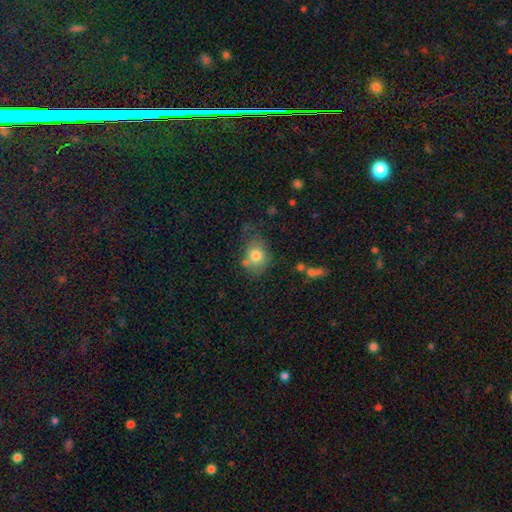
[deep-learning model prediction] This is likely a smooth galaxy (77%). How rounded: possibly round (53%). Merging: possibly none (56%).